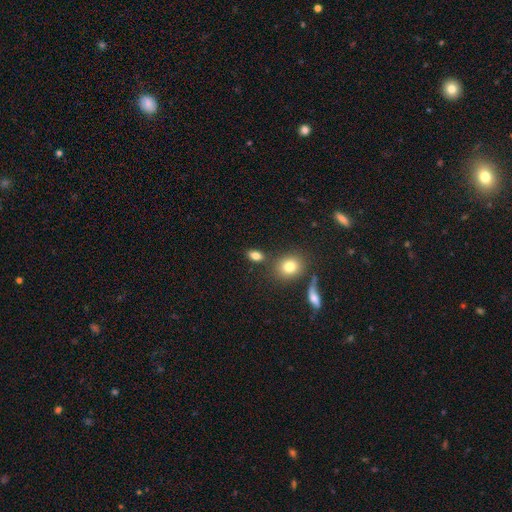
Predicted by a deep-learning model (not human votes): smooth 81%, star or artifact 11%, featured or disk 8%. Down the decision tree: how rounded — in between (79%); merging — none (76%).